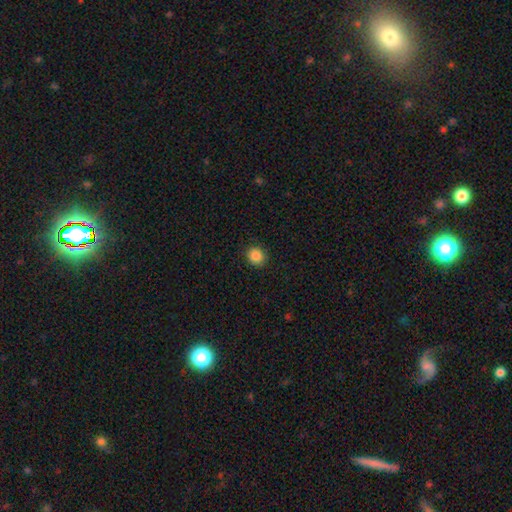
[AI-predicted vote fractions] Smooth or featured: smooth — 86% (star or artifact — 10%)
How rounded: round — 83% (in between — 16%)
Merging: none — 90% (minor disturbance — 7%)